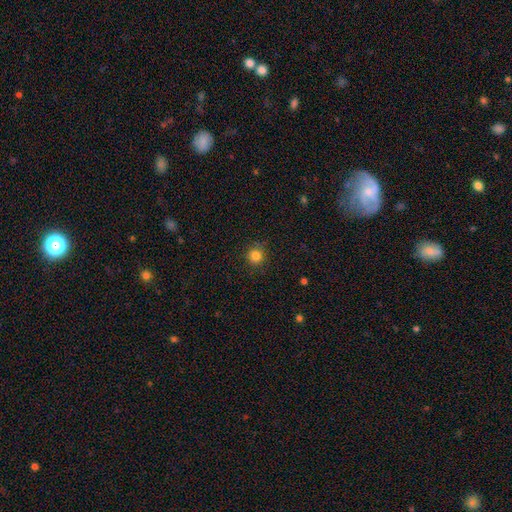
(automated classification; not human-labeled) Smooth or featured? smooth (83%)
How rounded? round (93%)
Merging? none (86%)